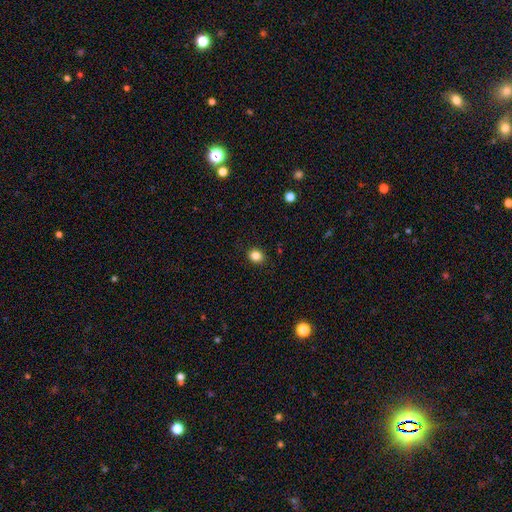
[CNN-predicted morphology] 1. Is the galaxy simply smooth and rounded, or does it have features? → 85% smooth, 11% star or artifact, 4% featured or disk.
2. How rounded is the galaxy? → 67% round, 33% in between, 1% cigar-shaped.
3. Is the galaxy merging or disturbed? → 90% none, 7% minor disturbance, 2% major disturbance, 1% merger.